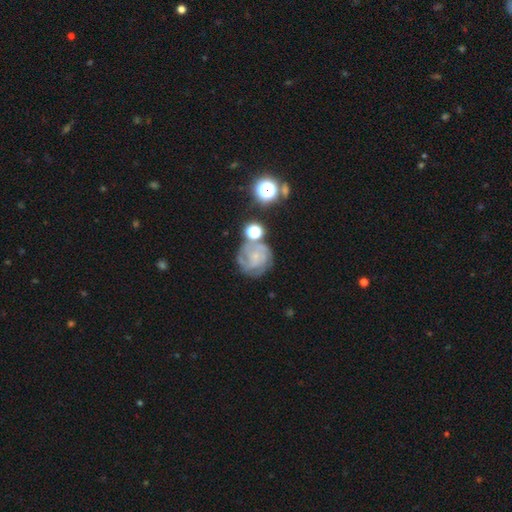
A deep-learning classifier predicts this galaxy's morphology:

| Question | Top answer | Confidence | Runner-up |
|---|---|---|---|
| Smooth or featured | featured or disk | 67% | smooth (20%) |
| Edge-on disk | no | 98% | yes (2%) |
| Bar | no | 70% | weak (25%) |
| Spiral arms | yes | 88% | no (12%) |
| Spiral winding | tight | 54% | medium (35%) |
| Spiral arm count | can't tell | 35% | 3 (26%) |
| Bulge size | small | 62% | none (22%) |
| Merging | none | 59% | minor disturbance (19%) |